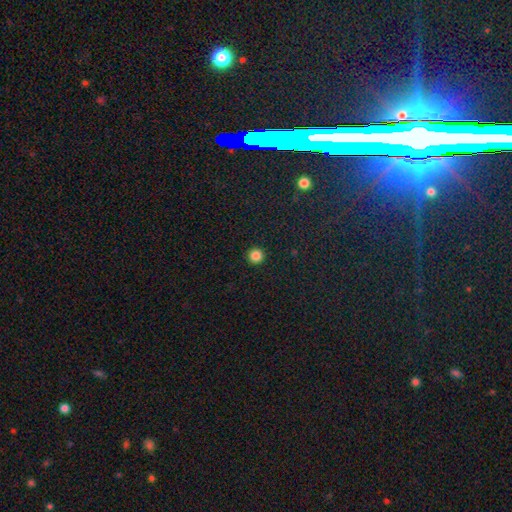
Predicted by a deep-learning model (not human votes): Overall: smooth (85%). How rounded: round (96%). Merging: none (94%).